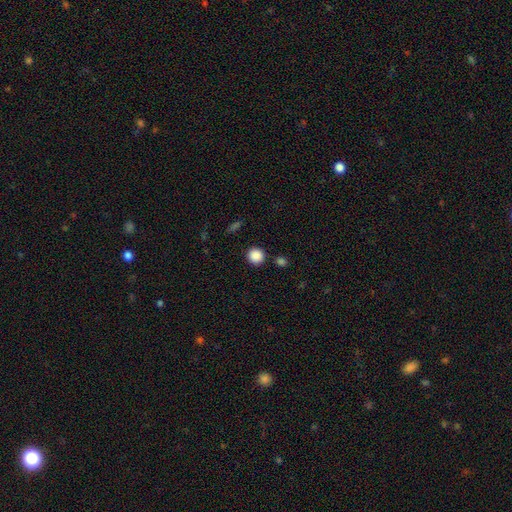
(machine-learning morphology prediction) type=smooth (88%); roundness=round (92%); merging=none (86%).